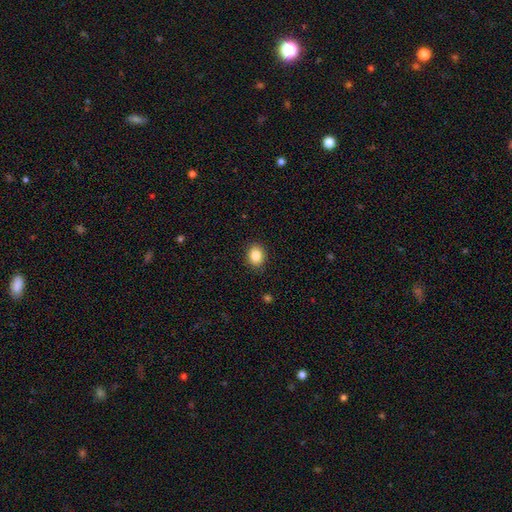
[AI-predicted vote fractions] Smooth or featured?
  - smooth: 85% *
  - star or artifact: 9%
  - featured or disk: 6%
How rounded?
  - round: 57% *
  - in between: 43%
  - cigar-shaped: 1%
Merging?
  - none: 90% *
  - minor disturbance: 7%
  - major disturbance: 2%
  - merger: 1%